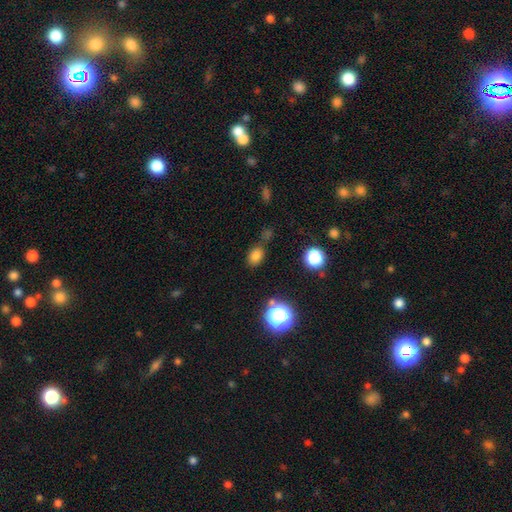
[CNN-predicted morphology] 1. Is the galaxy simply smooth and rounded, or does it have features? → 76% smooth, 18% star or artifact, 6% featured or disk.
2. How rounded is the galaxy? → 66% in between, 33% round, 2% cigar-shaped.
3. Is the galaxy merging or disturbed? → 71% none, 15% minor disturbance, 9% merger, 5% major disturbance.